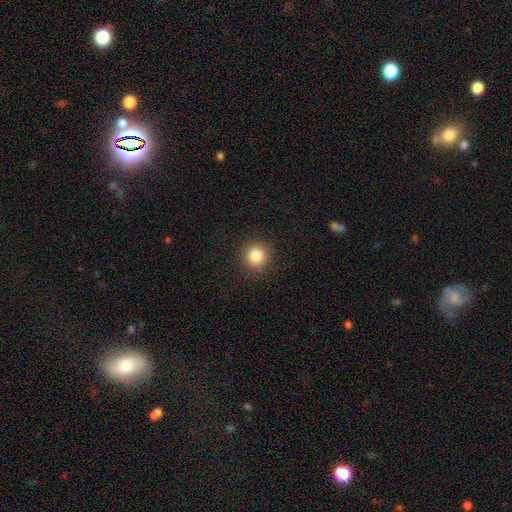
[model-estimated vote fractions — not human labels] smooth_or_featured: smooth (p=0.84) [alt: star or artifact p=0.11]
how_rounded: round (p=0.93) [alt: in between p=0.06]
merging: none (p=0.91) [alt: minor disturbance p=0.06]